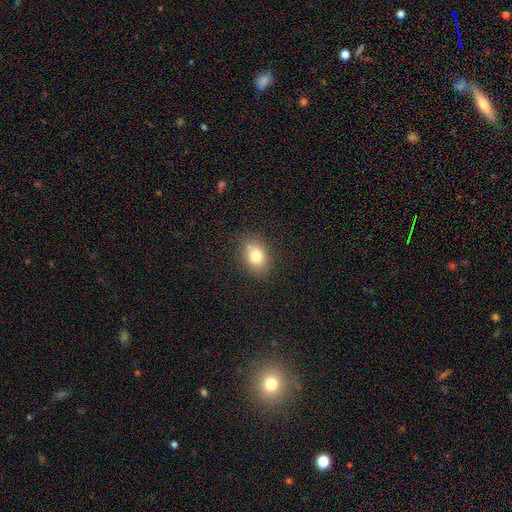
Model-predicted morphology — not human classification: Smooth or featured? smooth (77%)
How rounded? in between (63%)
Merging? none (80%)